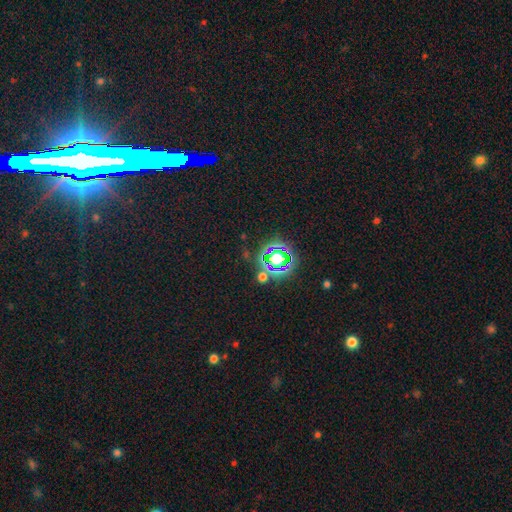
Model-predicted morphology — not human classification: smooth-or-featured: star or artifact: 80% | featured or disk: 11% | smooth: 9%